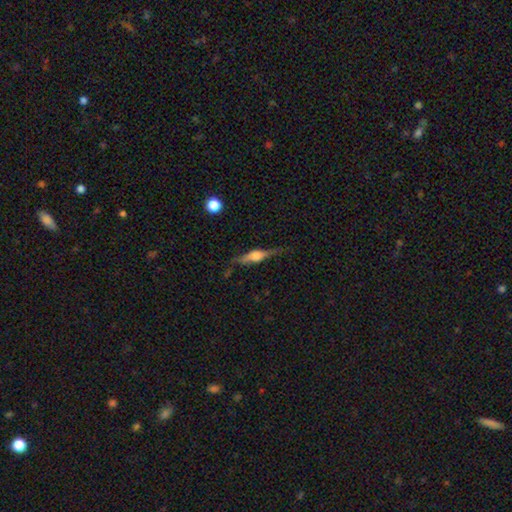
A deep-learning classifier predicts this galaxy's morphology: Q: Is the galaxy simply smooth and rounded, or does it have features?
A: featured or disk — 67%.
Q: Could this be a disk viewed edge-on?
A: yes — 96%.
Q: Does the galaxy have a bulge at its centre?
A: rounded — 81%.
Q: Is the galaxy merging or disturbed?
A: none — 80%.